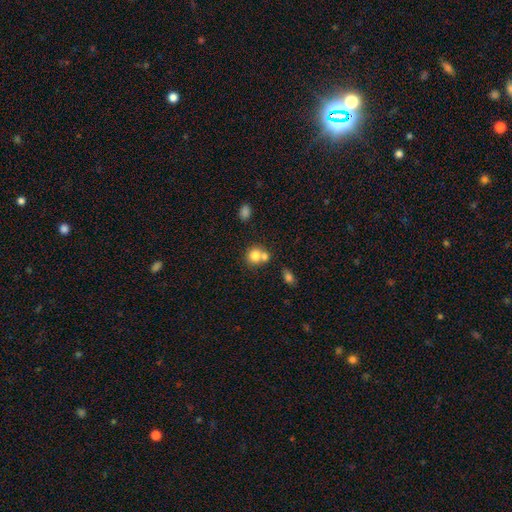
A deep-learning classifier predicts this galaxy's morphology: Smooth or featured? smooth (78%)
How rounded? round (81%)
Merging? merger (48%)